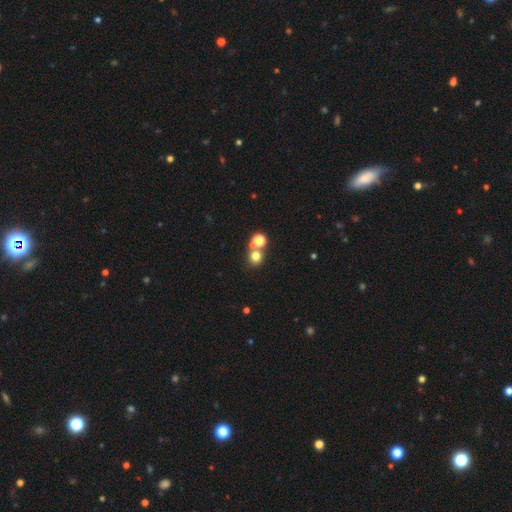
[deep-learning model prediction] smooth_or_featured: smooth (p=0.73) [alt: star or artifact p=0.18]
how_rounded: round (p=0.86) [alt: in between p=0.13]
merging: none (p=0.58) [alt: merger p=0.32]